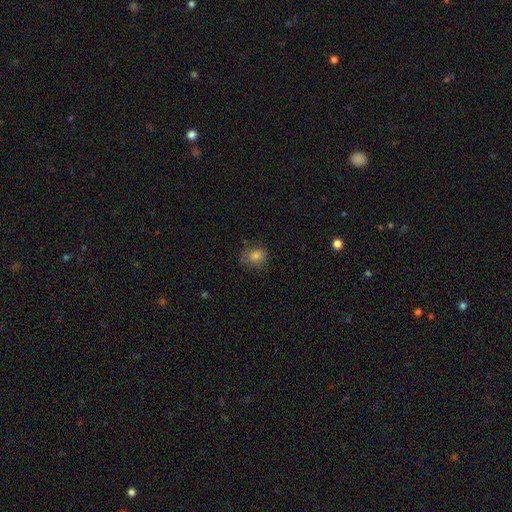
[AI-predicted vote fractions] Smooth or featured: smooth — 79% (star or artifact — 11%)
How rounded: round — 69% (in between — 30%)
Merging: none — 70% (minor disturbance — 22%)